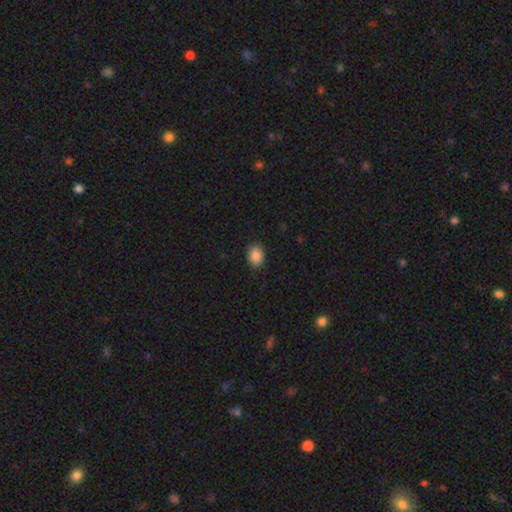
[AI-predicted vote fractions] Smooth or featured?
  - smooth: 89% *
  - star or artifact: 8%
  - featured or disk: 3%
How rounded?
  - in between: 69% *
  - round: 30%
  - cigar-shaped: 1%
Merging?
  - none: 86% *
  - minor disturbance: 10%
  - major disturbance: 2%
  - merger: 1%